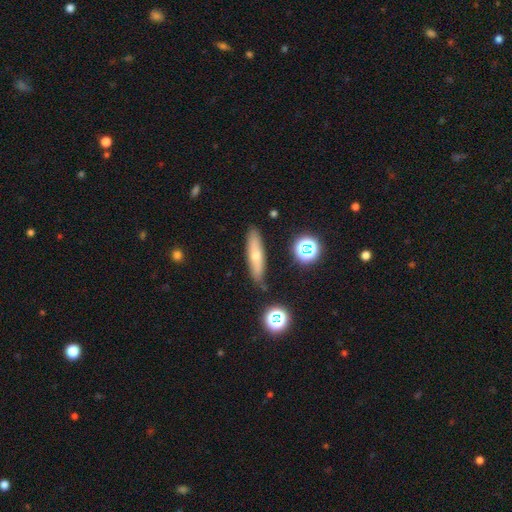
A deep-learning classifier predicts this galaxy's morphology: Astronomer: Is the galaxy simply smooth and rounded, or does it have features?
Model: smooth — 54% (runner-up: featured or disk, 35%).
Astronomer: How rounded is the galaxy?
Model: cigar-shaped — 76%.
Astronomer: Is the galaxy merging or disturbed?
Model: none — 84%.